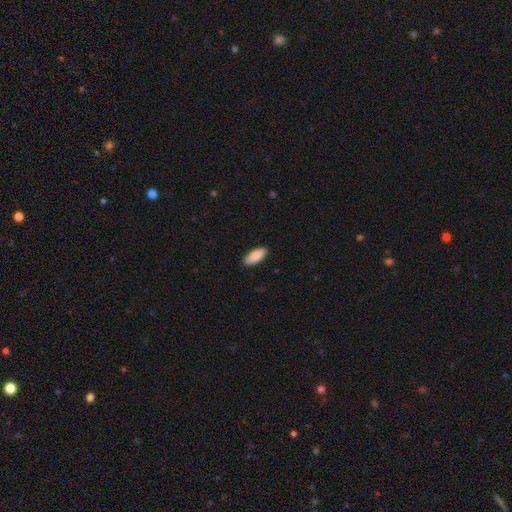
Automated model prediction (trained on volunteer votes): smooth 88%, featured or disk 7%, star or artifact 6%. Down the decision tree: how rounded — in between (78%); merging — none (88%).